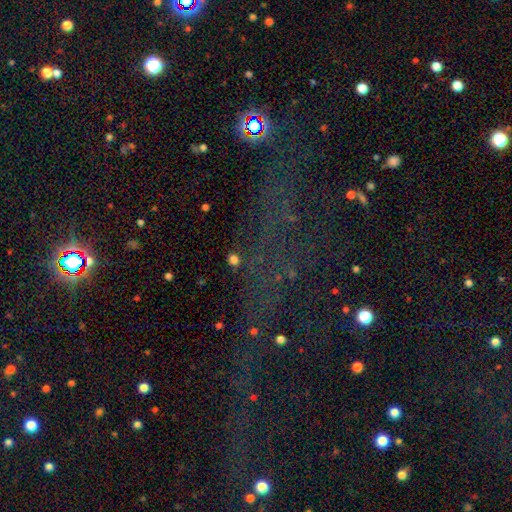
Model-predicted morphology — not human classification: The model was most divided on "smooth or featured": star or artifact: 70%, smooth: 15%, featured or disk: 15%.